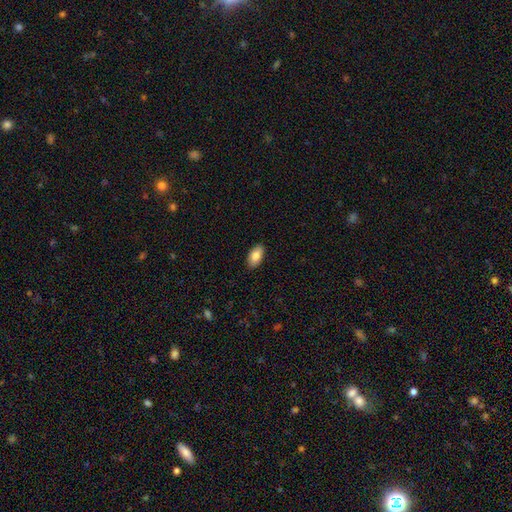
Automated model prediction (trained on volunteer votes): Overall: smooth (84%). How rounded: in between (94%). Merging: none (90%).